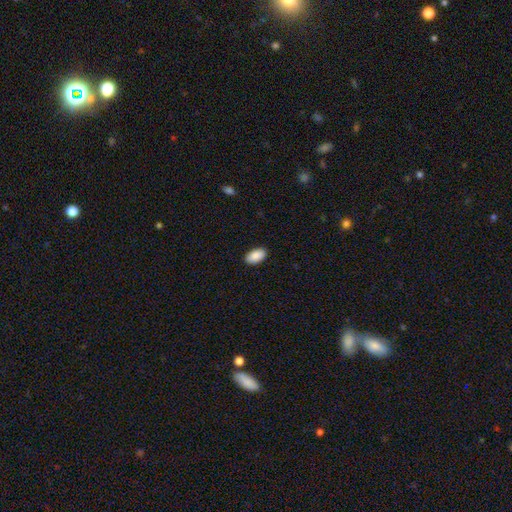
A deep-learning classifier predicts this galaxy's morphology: This appears to be a smooth galaxy with no disk features (90%) that is in between round and cigar-shaped (95%). Merging: none (90%).